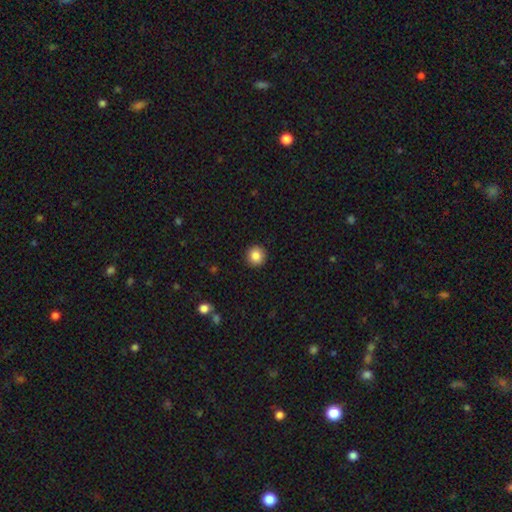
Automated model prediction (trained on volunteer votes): This is clearly a smooth galaxy (86%). How rounded: clearly round (94%). Merging: clearly none (92%).